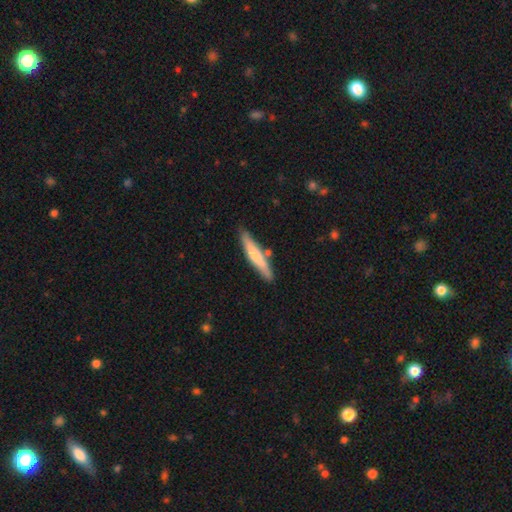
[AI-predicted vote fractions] smooth_or_featured: smooth (p=0.64) [alt: featured or disk p=0.31]
how_rounded: cigar-shaped (p=0.91) [alt: in between p=0.08]
merging: none (p=0.80) [alt: minor disturbance p=0.12]